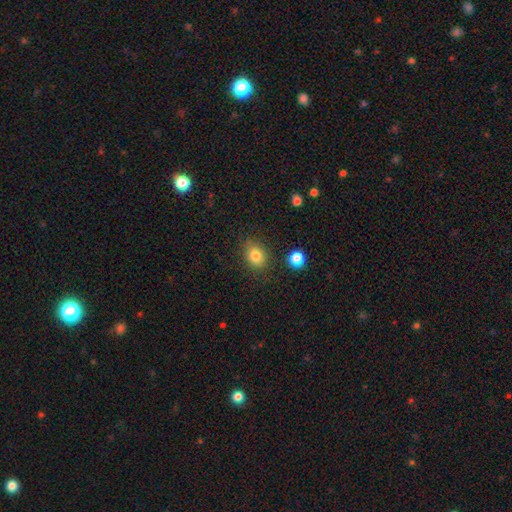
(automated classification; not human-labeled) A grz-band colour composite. It shows a smooth galaxy with no disk features (82%) that is round (50%). Merging: none (81%).